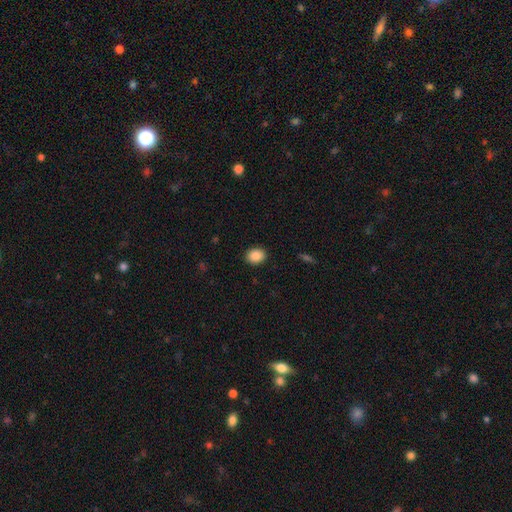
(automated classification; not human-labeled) Overall: smooth (89%). How rounded: in between (56%; round 43%). Merging: none (90%).